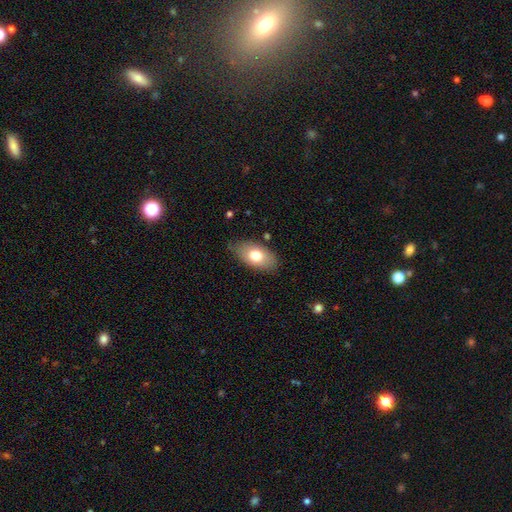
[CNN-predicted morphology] smooth-or-featured: smooth: 73% | featured or disk: 20% | star or artifact: 7%
  how-rounded: in between: 91% | round: 6% | cigar-shaped: 2%
  merging: none: 77% | minor disturbance: 18% | major disturbance: 4% | merger: 2%